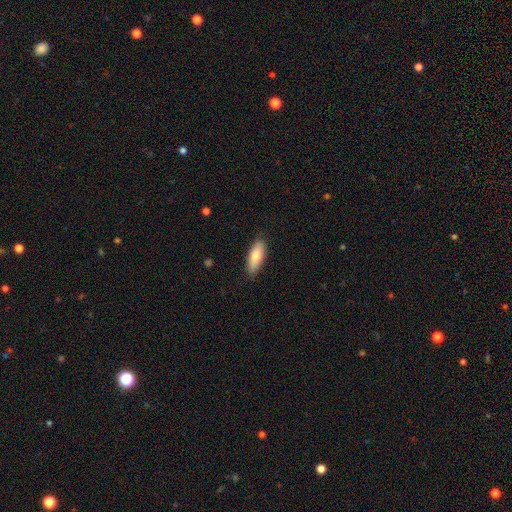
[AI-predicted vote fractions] A smooth galaxy with no disk features (77%) that is in between round and cigar-shaped (69%). Merging: none (86%).